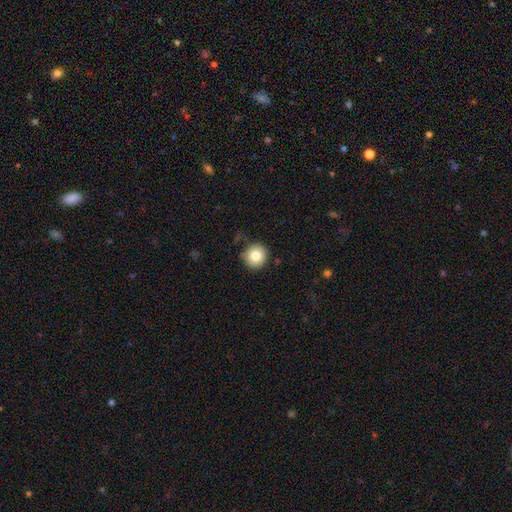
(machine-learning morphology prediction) Smooth or featured? smooth (81%)
How rounded? round (95%)
Merging? none (87%)